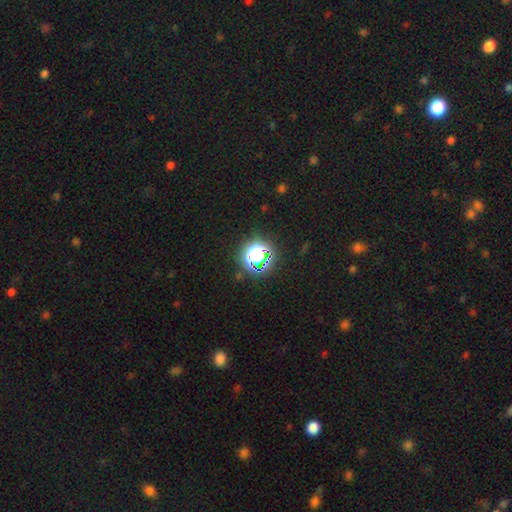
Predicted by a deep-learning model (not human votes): A star or artifact, not a galaxy (60%).